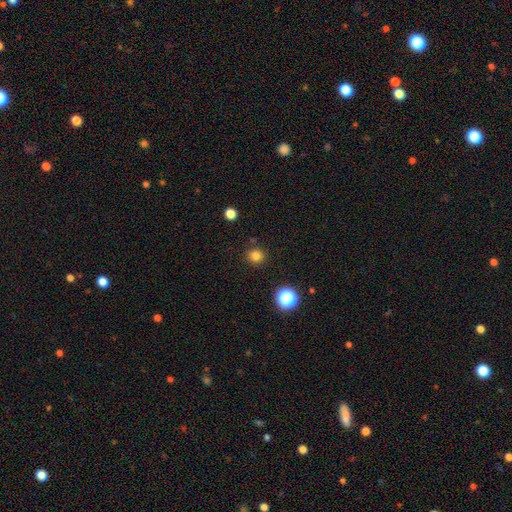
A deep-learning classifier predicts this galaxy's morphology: A smooth galaxy with no disk features (81%) that is round (92%). Merging: none (88%).